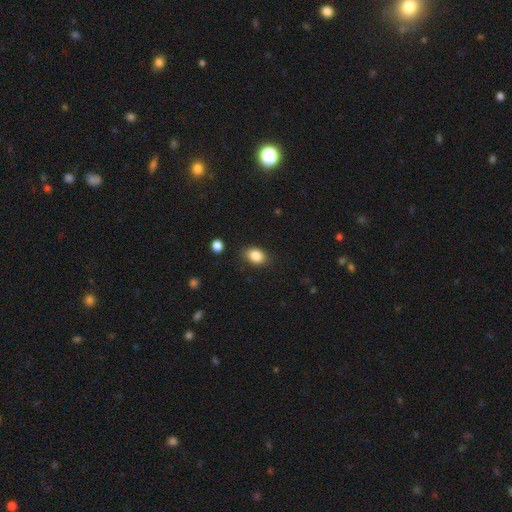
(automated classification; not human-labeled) Smooth or featured? smooth (86%)
How rounded? in between (79%)
Merging? none (84%)